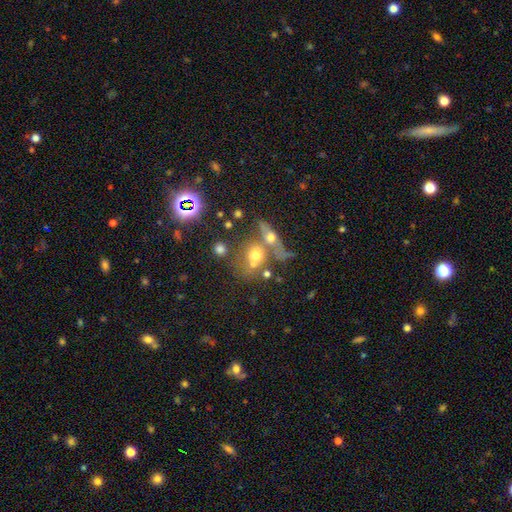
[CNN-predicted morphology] Q: Smooth or featured?
A: smooth (54%); runner-up: featured or disk (27%)
Q: How rounded?
A: round (58%); runner-up: in between (36%)
Q: Merging?
A: merger (47%); runner-up: none (34%)